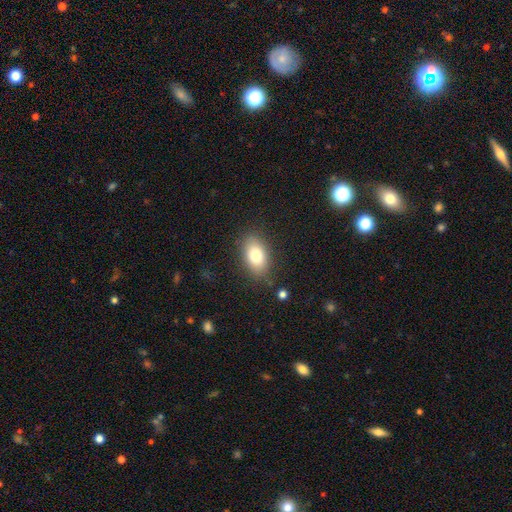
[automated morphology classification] Smooth or featured?
  - smooth: 80% *
  - featured or disk: 12%
  - star or artifact: 8%
How rounded?
  - in between: 90% *
  - round: 8%
  - cigar-shaped: 2%
Merging?
  - none: 82% *
  - minor disturbance: 12%
  - major disturbance: 4%
  - merger: 2%